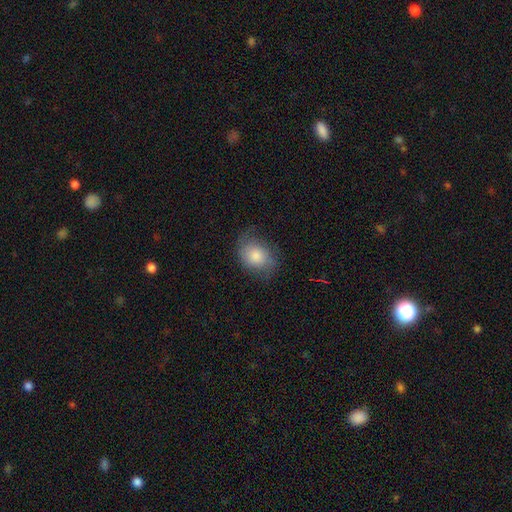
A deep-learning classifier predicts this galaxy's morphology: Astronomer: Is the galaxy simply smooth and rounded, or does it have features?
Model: smooth — 69%.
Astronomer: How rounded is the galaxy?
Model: in between — 62%.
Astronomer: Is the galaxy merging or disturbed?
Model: none — 66%.